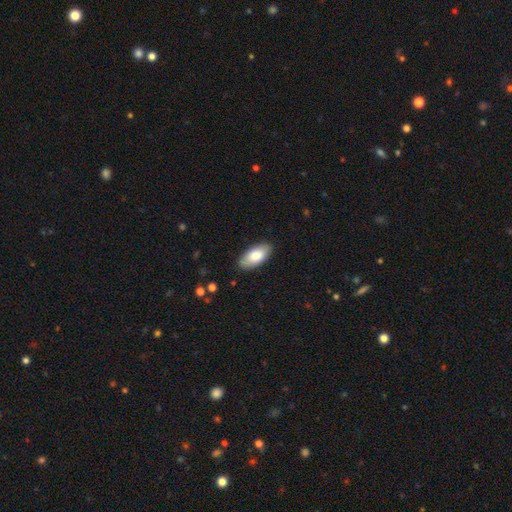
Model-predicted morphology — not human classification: Smooth or featured?
  - smooth: 80% *
  - featured or disk: 14%
  - star or artifact: 6%
How rounded?
  - in between: 91% *
  - cigar-shaped: 7%
  - round: 2%
Merging?
  - none: 88% *
  - minor disturbance: 9%
  - major disturbance: 2%
  - merger: 1%